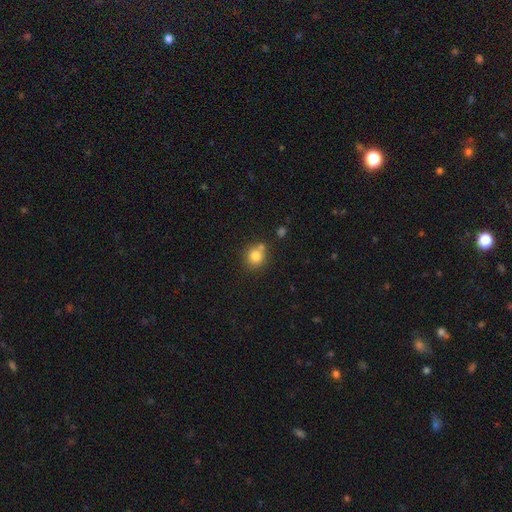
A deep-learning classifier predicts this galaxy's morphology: Overall: smooth (81%). How rounded: round (83%). Merging: none (64%).